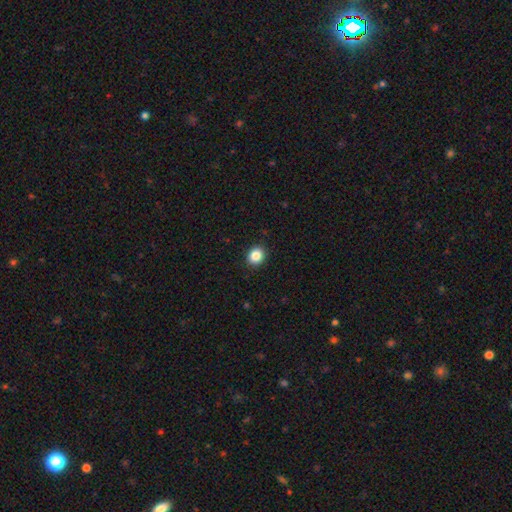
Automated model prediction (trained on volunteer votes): Smooth or featured?
  - smooth: 86% *
  - star or artifact: 10%
  - featured or disk: 4%
How rounded?
  - round: 74% *
  - in between: 25%
  - cigar-shaped: 1%
Merging?
  - none: 91% *
  - minor disturbance: 6%
  - major disturbance: 2%
  - merger: 1%